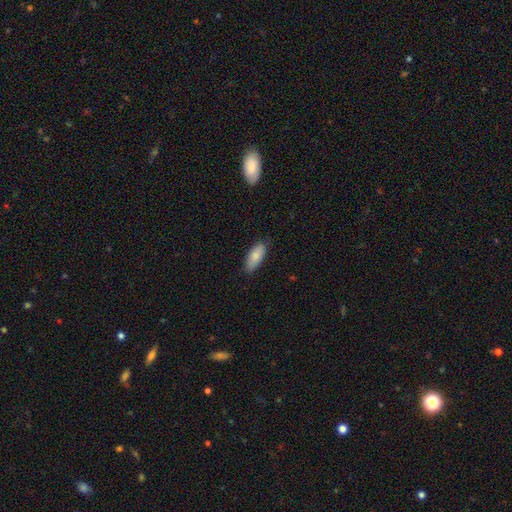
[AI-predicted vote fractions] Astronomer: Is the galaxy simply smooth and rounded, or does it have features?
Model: smooth — 83%.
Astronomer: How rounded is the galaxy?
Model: in between — 83%.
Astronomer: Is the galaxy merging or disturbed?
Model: none — 81%.